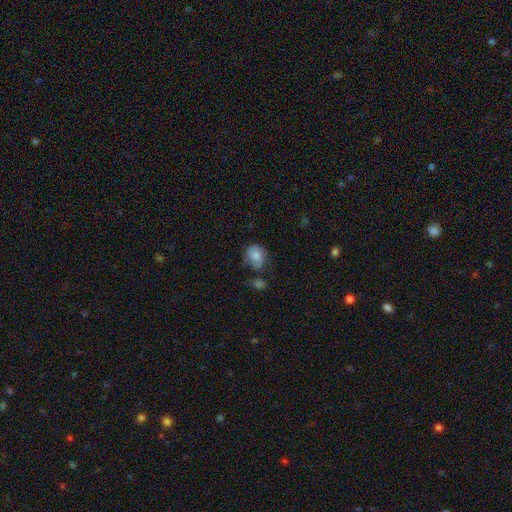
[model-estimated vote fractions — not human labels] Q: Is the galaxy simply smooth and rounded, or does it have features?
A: smooth — 77%.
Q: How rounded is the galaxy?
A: round — 54%.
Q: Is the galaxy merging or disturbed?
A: none — 49%.